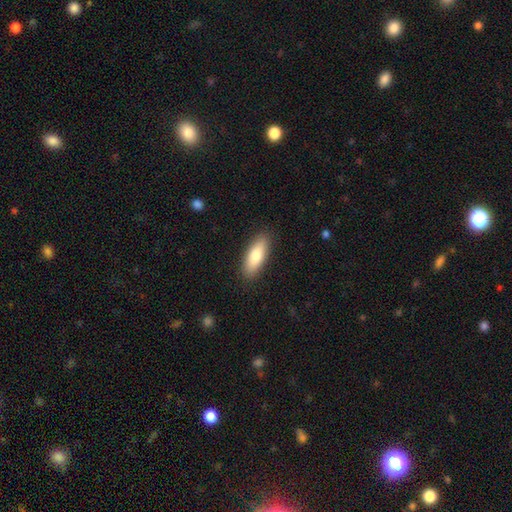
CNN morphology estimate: smooth_or_featured: smooth (p=0.78) [alt: featured or disk p=0.17]
how_rounded: in between (p=0.63) [alt: cigar-shaped p=0.35]
merging: none (p=0.89) [alt: minor disturbance p=0.08]